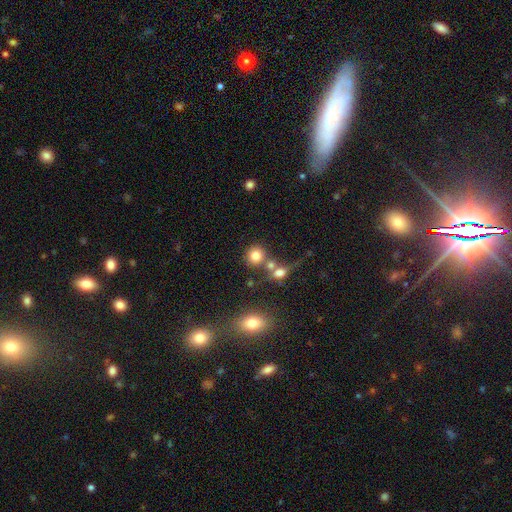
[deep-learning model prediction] Morphology: type=smooth (79%); roundness=round (87%); merging=none (57%).